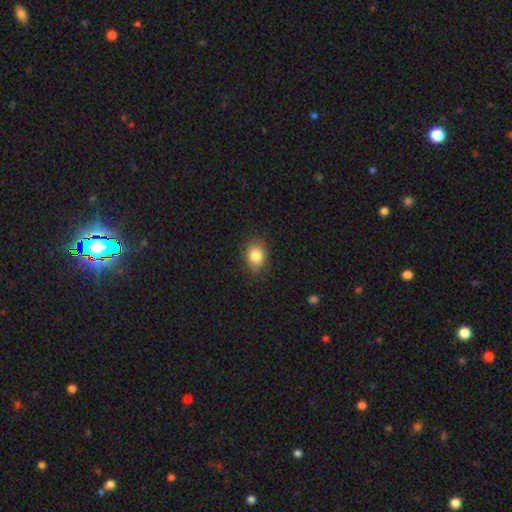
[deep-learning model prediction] Smooth or featured? Predicted: smooth (p=0.84). How rounded? Predicted: in between (p=0.52). Merging? Predicted: none (p=0.83).